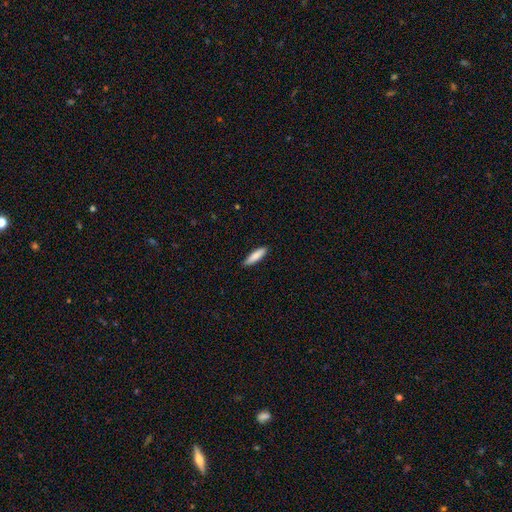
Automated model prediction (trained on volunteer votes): smooth_or_featured: smooth (p=0.85) [alt: featured or disk p=0.09]
how_rounded: cigar-shaped (p=0.70) [alt: in between p=0.28]
merging: none (p=0.88) [alt: minor disturbance p=0.09]